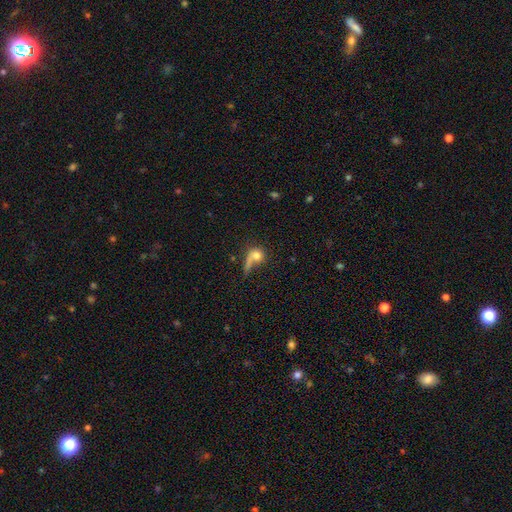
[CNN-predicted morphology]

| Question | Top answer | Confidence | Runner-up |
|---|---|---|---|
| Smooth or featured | smooth | 65% | featured or disk (24%) |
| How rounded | round | 65% | in between (29%) |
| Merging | major disturbance | 34% | none (32%) |